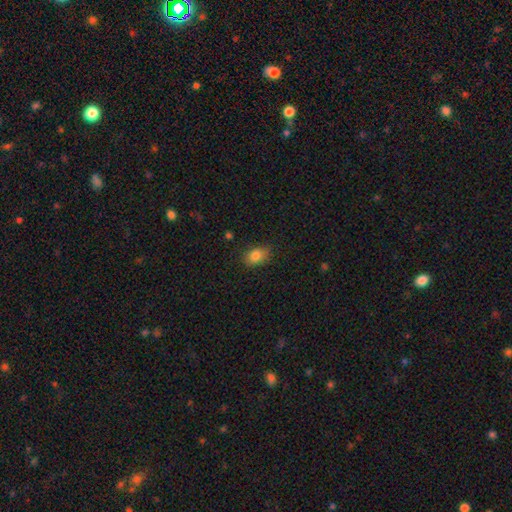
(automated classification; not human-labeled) smooth 83%, star or artifact 9%, featured or disk 8%. Down the decision tree: how rounded — in between (80%); merging — none (81%).